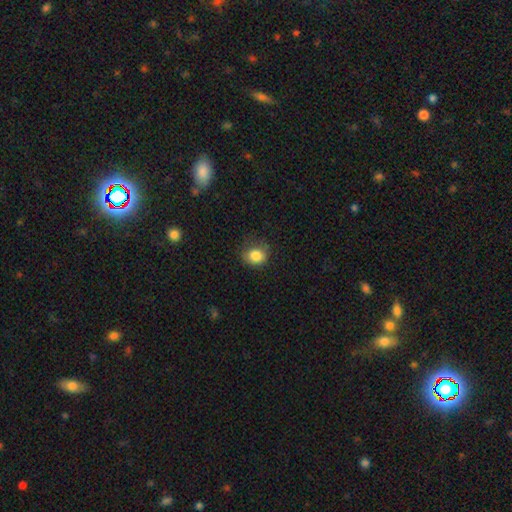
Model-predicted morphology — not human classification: A smooth galaxy with no disk features (84%) that is round (73%).

Vote fractions:
- Smooth or featured? smooth: 84% / star or artifact: 10% / featured or disk: 6%
- How rounded? round: 73% / in between: 26% / cigar-shaped: 1%
- Merging? none: 69% / minor disturbance: 22% / major disturbance: 7% / merger: 1%